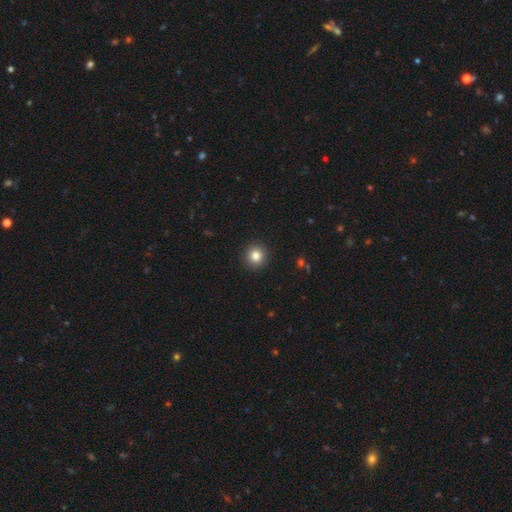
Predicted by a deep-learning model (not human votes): Q: Smooth or featured?
A: smooth (83%); runner-up: star or artifact (11%)
Q: How rounded?
A: round (94%); runner-up: in between (6%)
Q: Merging?
A: none (93%); runner-up: minor disturbance (5%)